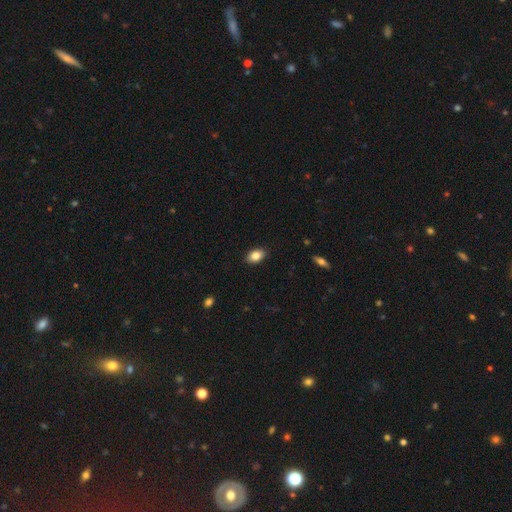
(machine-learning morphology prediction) Smooth or featured? smooth (85%)
How rounded? in between (88%)
Merging? none (88%)